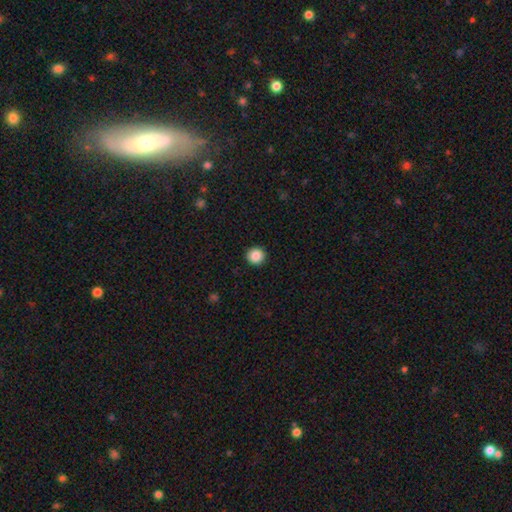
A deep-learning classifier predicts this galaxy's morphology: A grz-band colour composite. It shows a smooth galaxy with no disk features (88%) that is round (94%). Merging: none (93%).